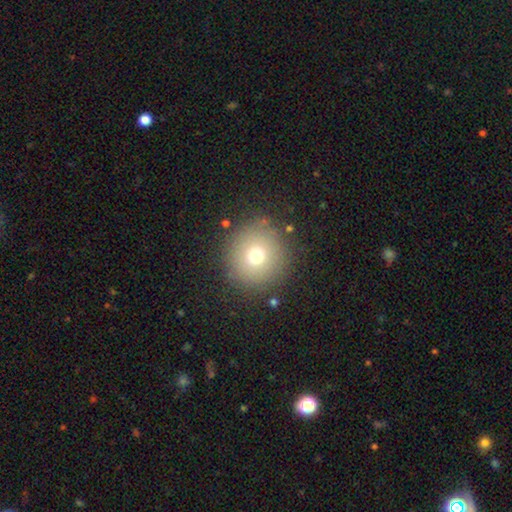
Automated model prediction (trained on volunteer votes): This appears to be a smooth galaxy with no disk features (71%) that is round (94%). Merging: none (89%).